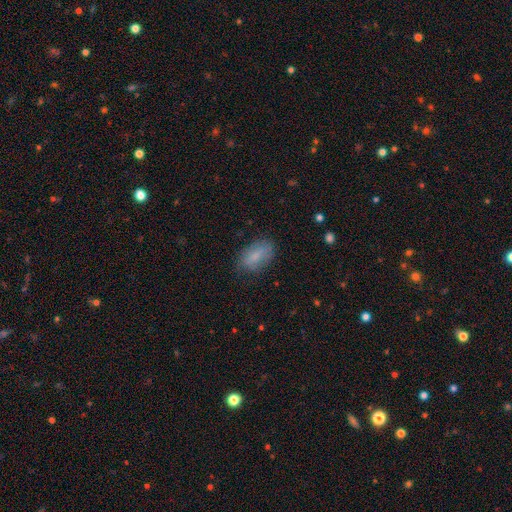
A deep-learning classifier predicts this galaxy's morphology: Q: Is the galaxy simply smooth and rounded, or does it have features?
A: smooth — 78%.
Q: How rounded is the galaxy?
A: in between — 91%.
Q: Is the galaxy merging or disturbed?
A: none — 73%.